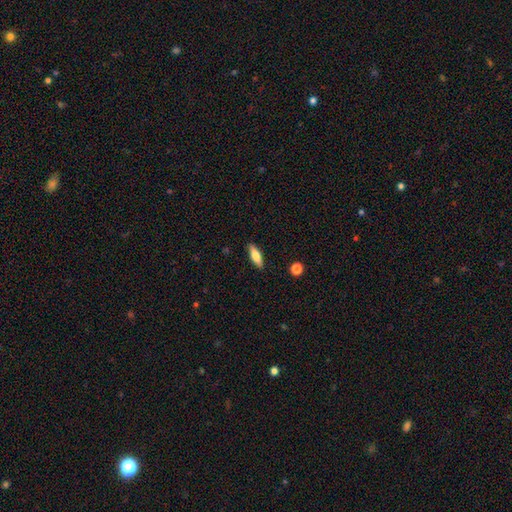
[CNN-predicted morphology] Overall: smooth (68%). How rounded: in between (56%; cigar-shaped 41%). Merging: none (89%).